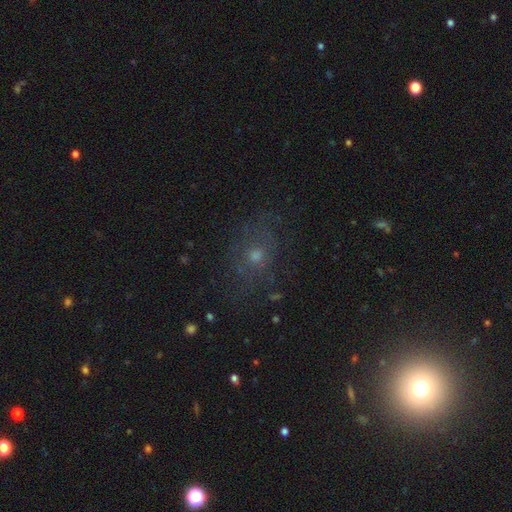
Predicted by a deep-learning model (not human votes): Overall: smooth (43%; featured or disk 33%). Merging: none (71%).